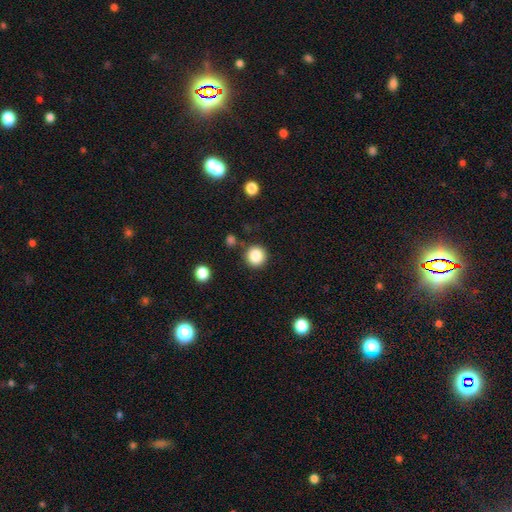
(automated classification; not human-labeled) Morphology: type=smooth (86%); roundness=round (95%); merging=none (87%).